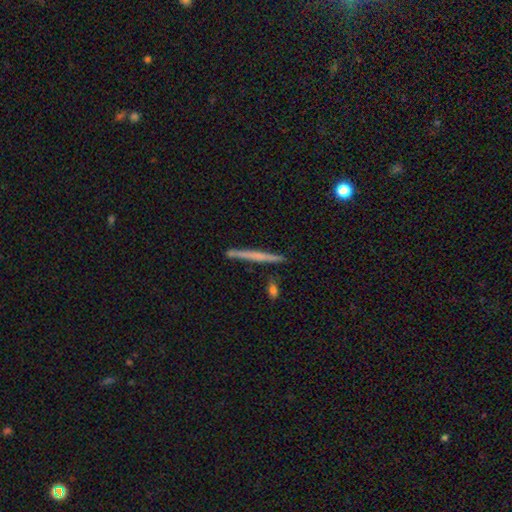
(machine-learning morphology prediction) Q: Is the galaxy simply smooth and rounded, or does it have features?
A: featured or disk — 49%.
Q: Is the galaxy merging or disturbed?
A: none — 88%.